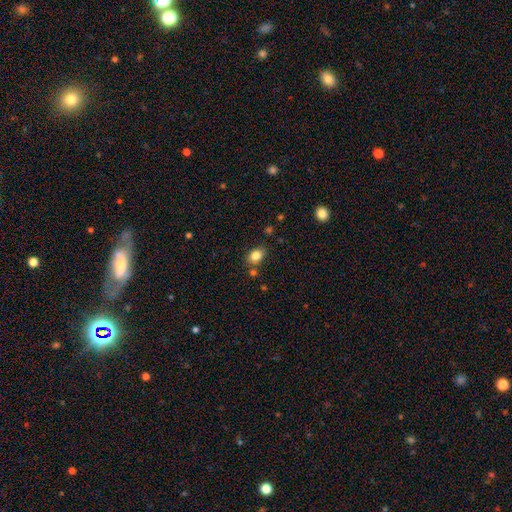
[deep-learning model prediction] A smooth galaxy with no disk features (83%) that is in between round and cigar-shaped (65%).

Vote fractions:
- Smooth or featured? smooth: 83% / star or artifact: 10% / featured or disk: 6%
- How rounded? in between: 65% / round: 33% / cigar-shaped: 1%
- Merging? none: 77% / minor disturbance: 13% / merger: 7% / major disturbance: 3%